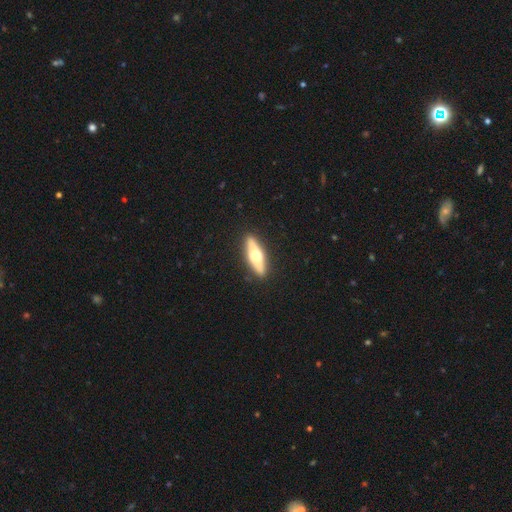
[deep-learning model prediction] Overall: featured or disk (49%; smooth 46%). Merging: none (90%).